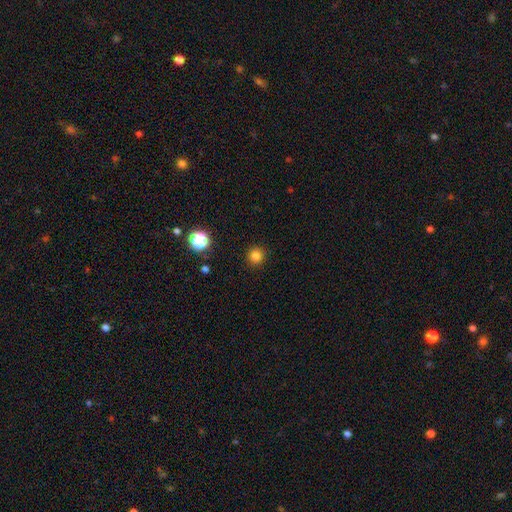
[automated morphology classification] Smooth or featured?
  - smooth: 81% *
  - star or artifact: 15%
  - featured or disk: 4%
How rounded?
  - round: 95% *
  - in between: 5%
  - cigar-shaped: 1%
Merging?
  - none: 91% *
  - minor disturbance: 5%
  - major disturbance: 2%
  - merger: 1%